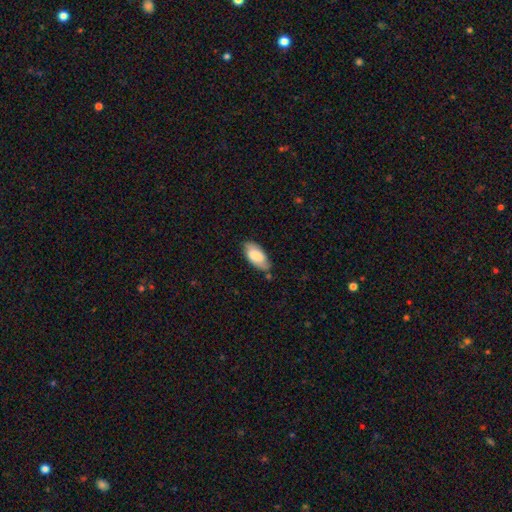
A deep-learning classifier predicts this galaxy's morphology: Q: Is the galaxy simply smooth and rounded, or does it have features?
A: smooth — 77%.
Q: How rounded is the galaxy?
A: in between — 92%.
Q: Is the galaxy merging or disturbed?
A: none — 69%.